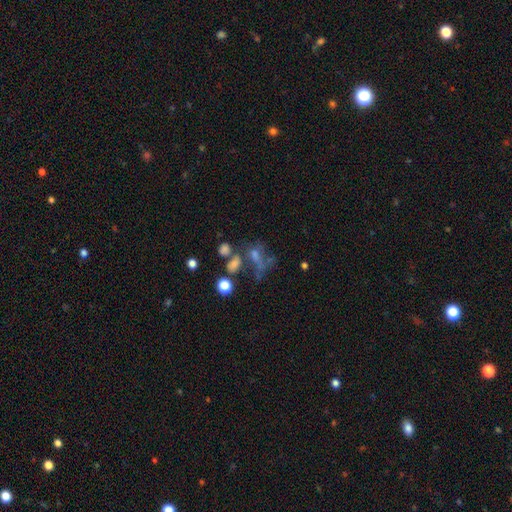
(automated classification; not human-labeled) A smooth galaxy with no disk features (36%). Merging: none (30%).